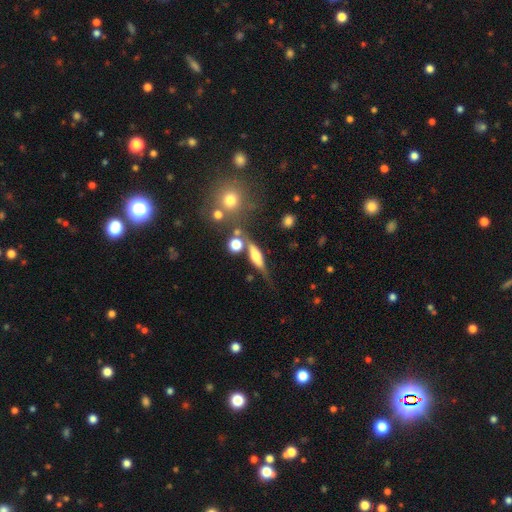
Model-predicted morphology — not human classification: The model was most divided on "smooth or featured": featured or disk: 50%, smooth: 40%, star or artifact: 10%. More confident: merging — none (56%).